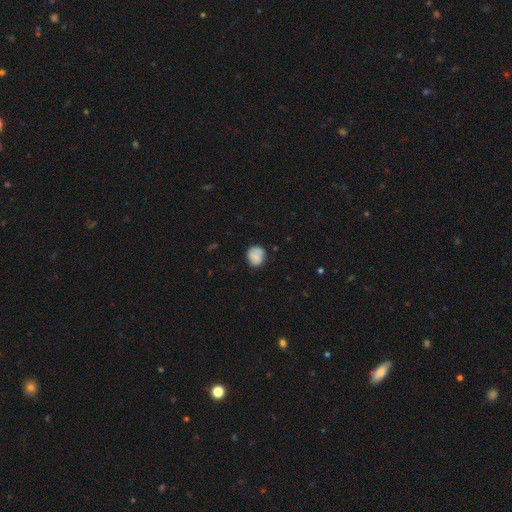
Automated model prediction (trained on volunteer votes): smooth-or-featured: smooth: 74% | featured or disk: 18% | star or artifact: 8%
  how-rounded: round: 77% | in between: 22% | cigar-shaped: 1%
  merging: none: 71% | minor disturbance: 22% | major disturbance: 5% | merger: 3%